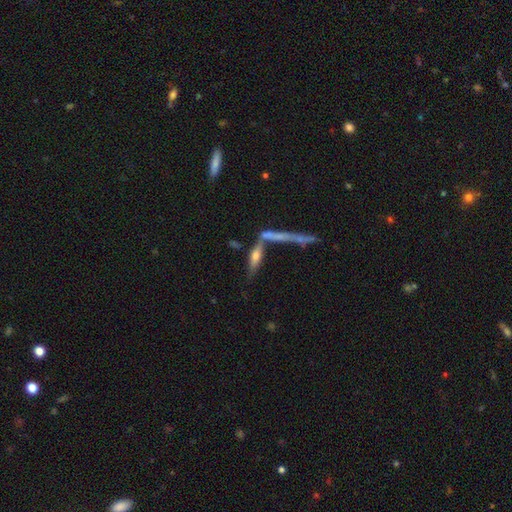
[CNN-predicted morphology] A featured or disk galaxy (50%). Merging: none (50%).